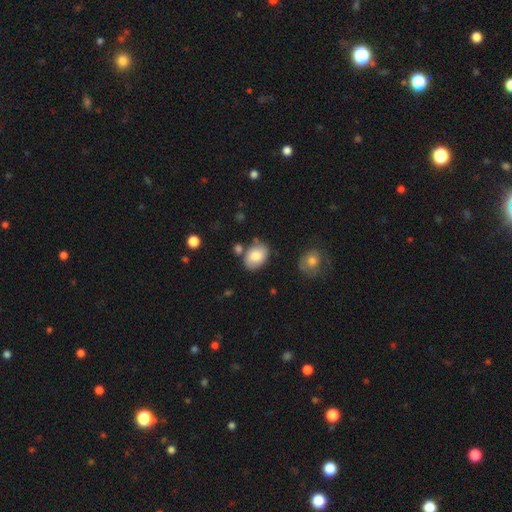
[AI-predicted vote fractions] smooth-or-featured: smooth: 77% | featured or disk: 16% | star or artifact: 7%
  how-rounded: in between: 80% | round: 19% | cigar-shaped: 1%
  merging: none: 70% | minor disturbance: 17% | merger: 8% | major disturbance: 4%